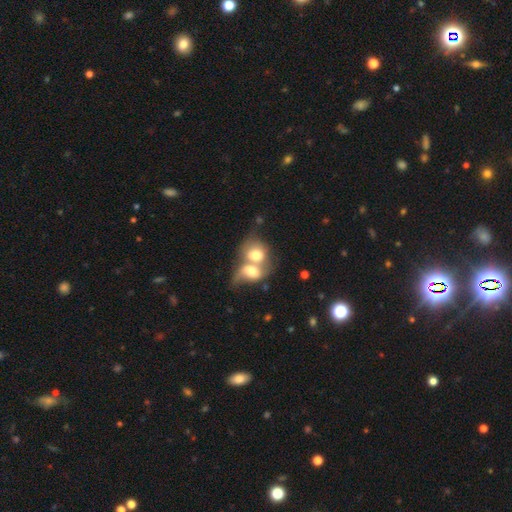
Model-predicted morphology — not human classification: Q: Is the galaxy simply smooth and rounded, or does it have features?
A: smooth — 66%.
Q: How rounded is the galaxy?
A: in between — 52%.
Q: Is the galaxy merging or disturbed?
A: merger — 81%.